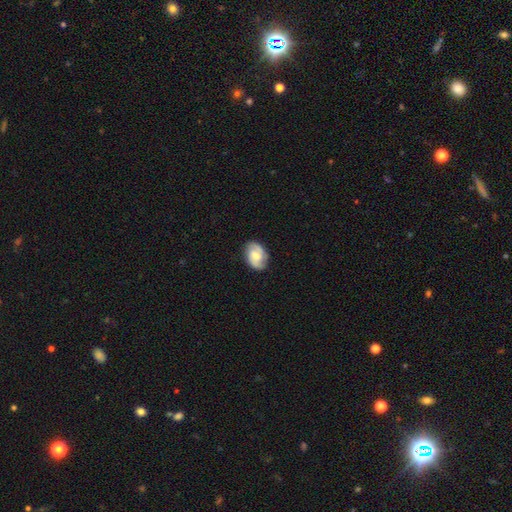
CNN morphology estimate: Overall: featured or disk (63%; smooth 30%). Edge-on disk: no (97%). Bar: no (50%; weak 41%). Spiral arms: yes (92%). Spiral arm count: 2 (80%). Spiral winding: medium (46%; tight 35%). Bulge size: moderate (50%; small 33%). Merging: none (79%).